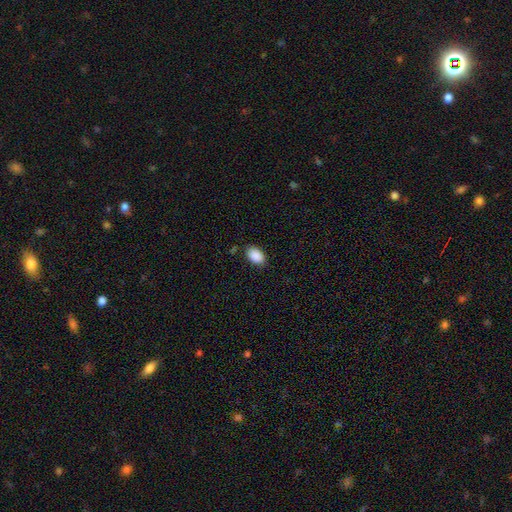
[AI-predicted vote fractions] Smooth or featured: smooth — 90% (star or artifact — 7%)
How rounded: in between — 90% (round — 9%)
Merging: none — 84% (minor disturbance — 12%)